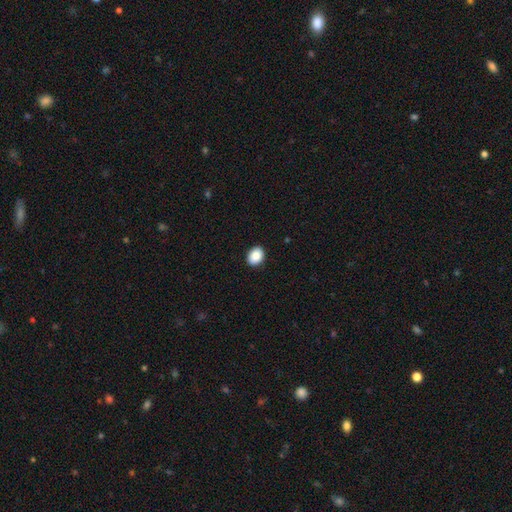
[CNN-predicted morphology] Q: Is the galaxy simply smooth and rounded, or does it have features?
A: smooth — 86%.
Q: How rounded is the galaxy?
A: in between — 56%.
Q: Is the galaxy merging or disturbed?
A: none — 91%.